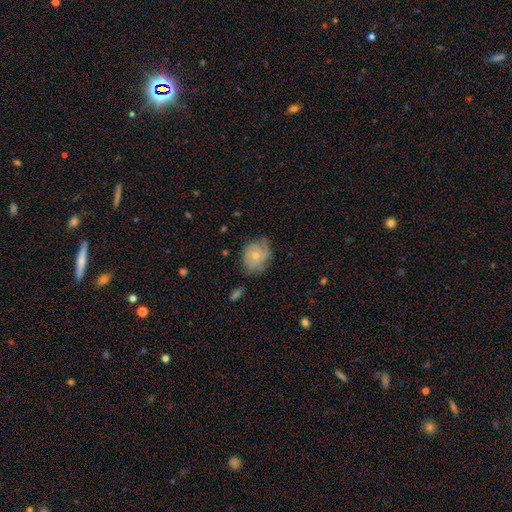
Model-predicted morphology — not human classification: type=smooth (51%); roundness=round (61%); merging=none (58%).